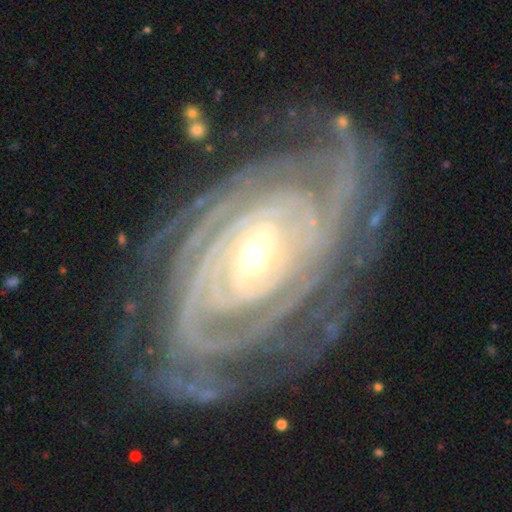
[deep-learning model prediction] Smooth or featured? featured or disk (92%)
Edge-on disk? no (96%)
Bar? weak (39%)
Spiral arms? yes (98%)
Spiral winding? tight (84%)
Spiral arm count? can't tell (23%, tied with 4)
Bulge size? small (54%)
Merging? none (76%)